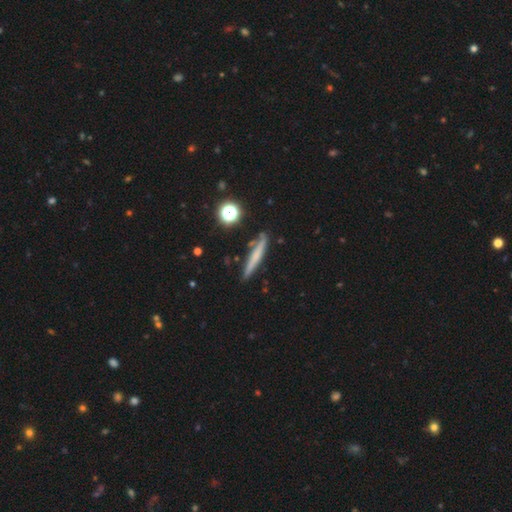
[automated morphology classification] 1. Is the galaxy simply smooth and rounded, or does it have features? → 52% smooth, 38% featured or disk, 10% star or artifact.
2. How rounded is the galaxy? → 92% cigar-shaped, 5% in between, 3% round.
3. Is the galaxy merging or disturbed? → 82% none, 12% minor disturbance, 3% merger, 3% major disturbance.